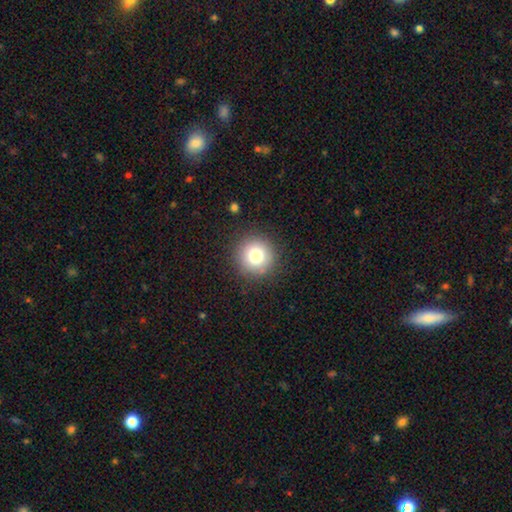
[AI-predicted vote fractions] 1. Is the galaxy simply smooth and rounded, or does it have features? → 78% smooth, 12% star or artifact, 10% featured or disk.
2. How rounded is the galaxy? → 95% round, 4% in between, 1% cigar-shaped.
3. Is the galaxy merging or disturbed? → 89% none, 7% minor disturbance, 3% major disturbance, 1% merger.